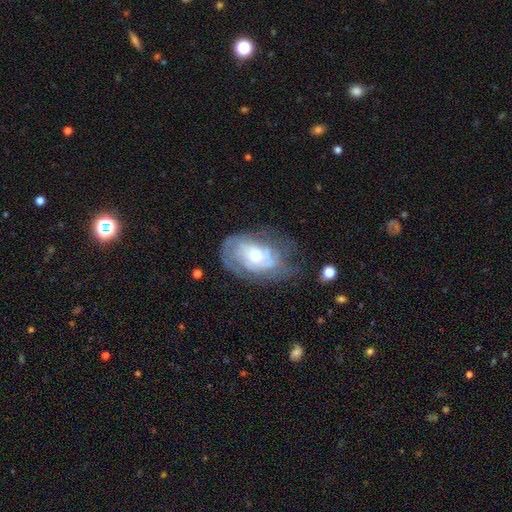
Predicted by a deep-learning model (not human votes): This is likely a featured or disk galaxy (75%). It is clearly not viewed edge-on (95%). Bar: likely no (74%). Spiral arm pattern: clearly yes (81%). Spiral arm count: possibly can't tell (50%). Spiral winding: possibly tight (59%). Central bulge: likely moderate (60%). Merging: possibly none (54%).